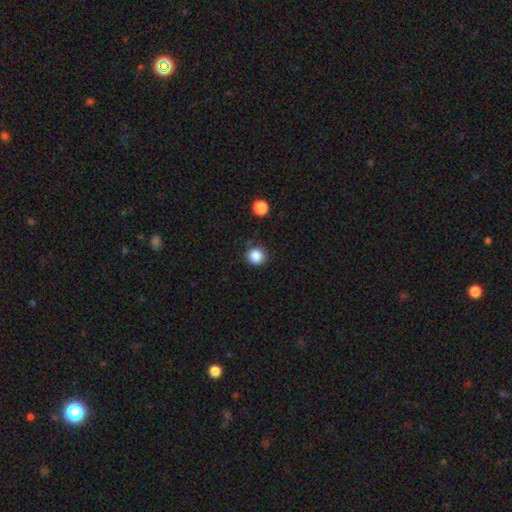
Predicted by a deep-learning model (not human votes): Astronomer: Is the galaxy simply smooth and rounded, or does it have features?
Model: smooth — 86%.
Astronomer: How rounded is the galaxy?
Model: round — 93%.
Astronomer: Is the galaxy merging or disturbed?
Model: none — 87%.